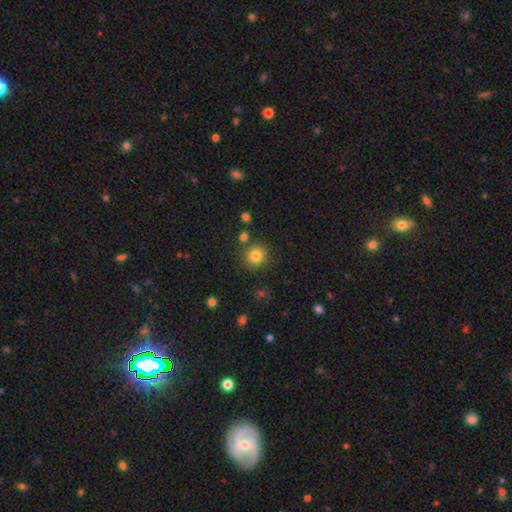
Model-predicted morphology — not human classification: This is clearly a smooth galaxy (82%). How rounded: clearly round (91%). Merging: clearly none (83%).